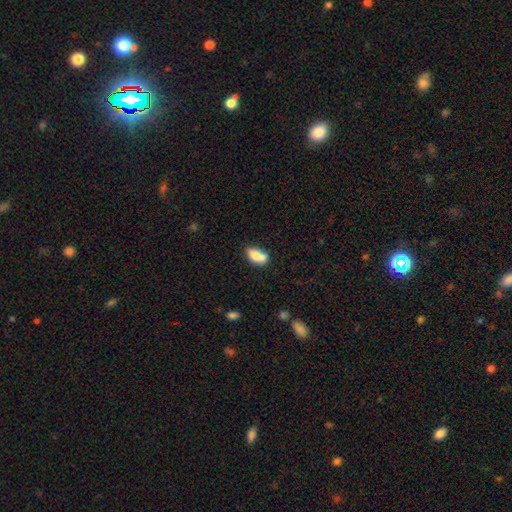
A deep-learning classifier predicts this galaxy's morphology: smooth-or-featured: smooth: 73% | featured or disk: 19% | star or artifact: 8%
  how-rounded: in between: 84% | round: 13% | cigar-shaped: 3%
  merging: merger: 52% | none: 32% | minor disturbance: 12% | major disturbance: 4%